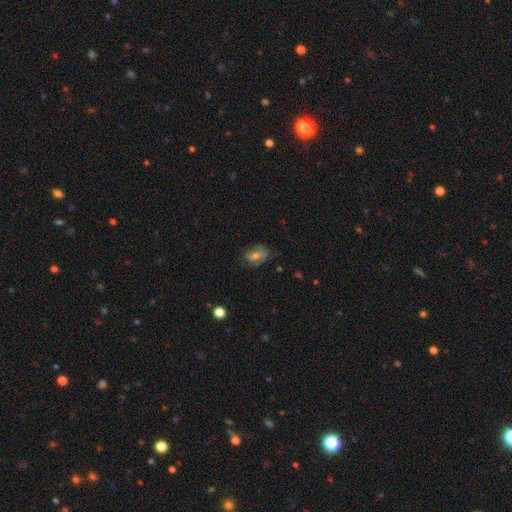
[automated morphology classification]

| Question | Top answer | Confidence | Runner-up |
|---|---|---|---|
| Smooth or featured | smooth | 44% | featured or disk (39%) |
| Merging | none | 65% | minor disturbance (23%) |